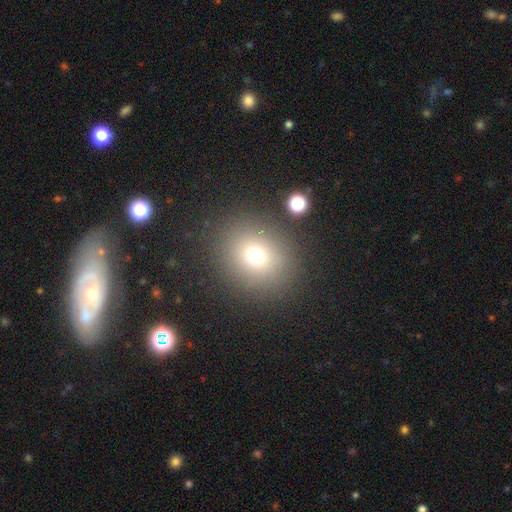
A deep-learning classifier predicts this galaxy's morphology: Overall: smooth (72%). How rounded: round (75%). Merging: none (84%).